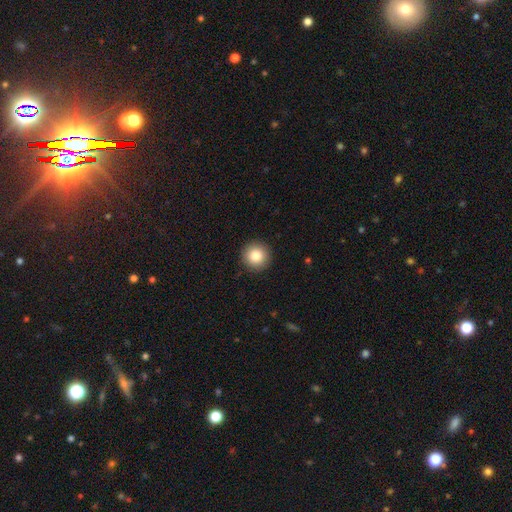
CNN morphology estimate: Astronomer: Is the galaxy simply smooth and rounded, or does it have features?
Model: smooth — 83%.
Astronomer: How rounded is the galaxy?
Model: round — 96%.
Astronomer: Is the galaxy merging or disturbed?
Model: none — 93%.